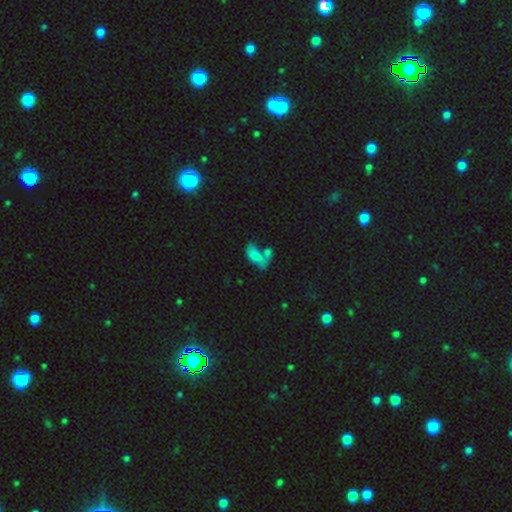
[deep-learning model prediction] This appears to be a smooth galaxy with no disk features (71%) that is in between round and cigar-shaped (89%). Merging: merger (52%).